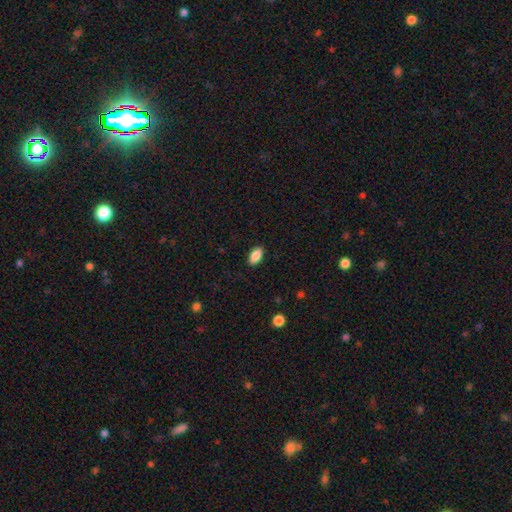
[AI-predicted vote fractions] This appears to be a smooth galaxy with no disk features (89%) that is in between round and cigar-shaped (93%). Merging: none (89%).